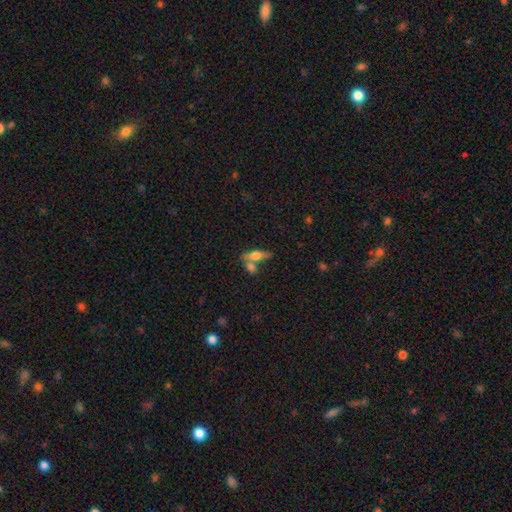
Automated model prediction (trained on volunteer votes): smooth-or-featured: smooth: 48% | featured or disk: 43% | star or artifact: 9%
  merging: none: 51% | merger: 34% | minor disturbance: 10% | major disturbance: 4%